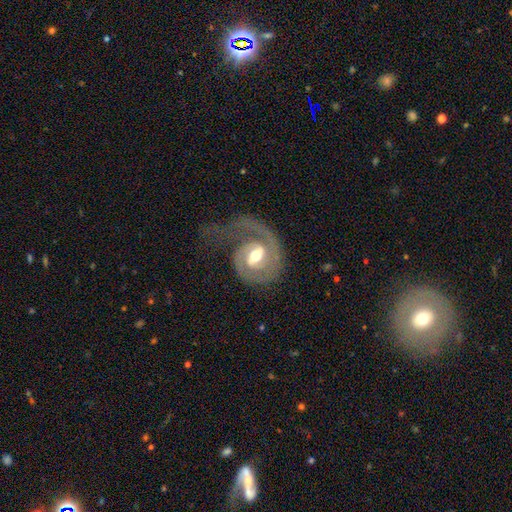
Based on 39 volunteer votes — Smooth or featured? 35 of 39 (90%) said featured or disk. Edge-on disk? 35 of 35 (100%) said no. Bar? 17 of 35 (49%) said strong. Spiral arms? 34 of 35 (97%) said yes. Spiral winding? 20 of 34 (59%) said tight. Spiral arm count? 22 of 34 (65%) said 1. Bulge size? 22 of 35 (63%) said moderate. Merging? 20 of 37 (54%) said none.